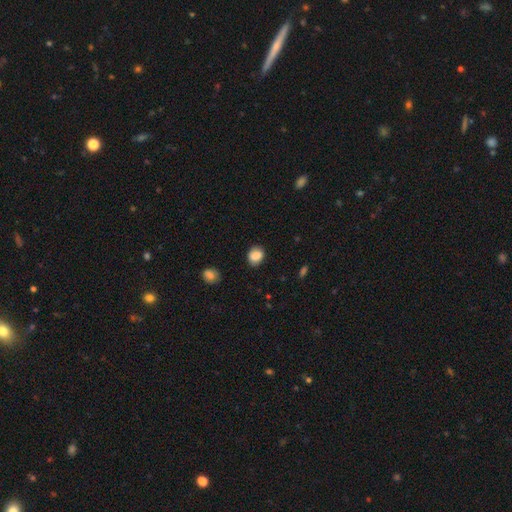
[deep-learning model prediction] Smooth or featured? Predicted: smooth (p=0.84). How rounded? Predicted: in between (p=0.52). Merging? Predicted: none (p=0.82).